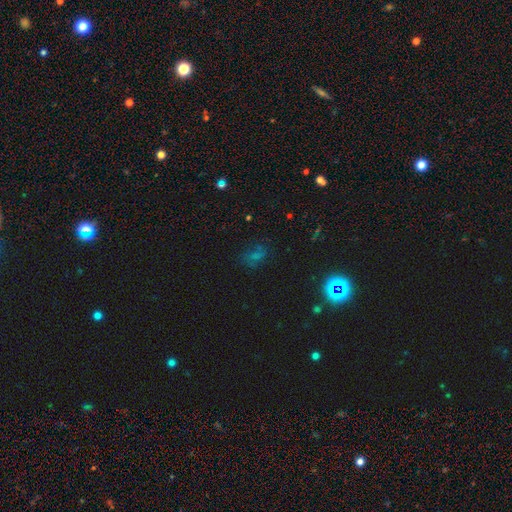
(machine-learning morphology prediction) smooth_or_featured: star or artifact (p=0.46) [alt: smooth p=0.39]